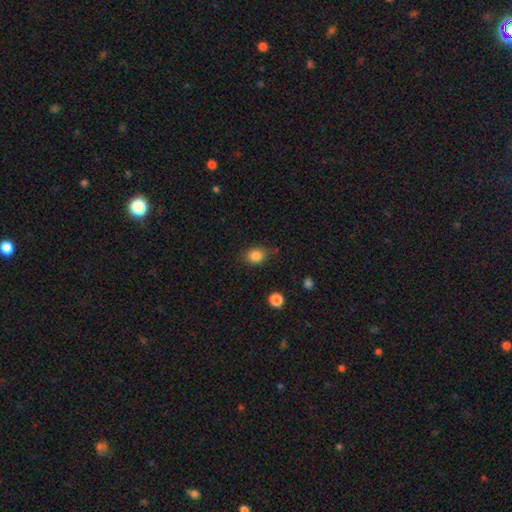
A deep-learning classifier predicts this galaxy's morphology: type=smooth (85%); roundness=round (54%); merging=none (80%).